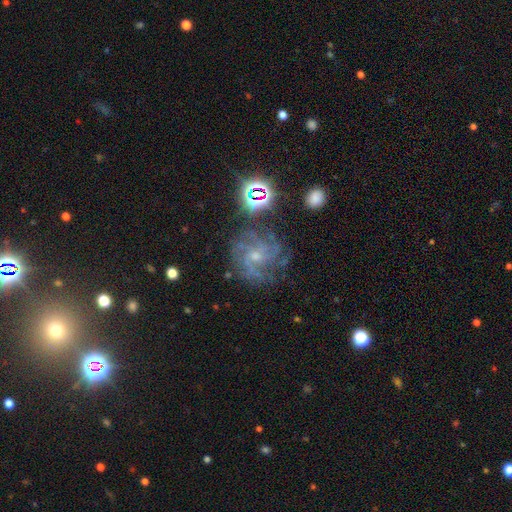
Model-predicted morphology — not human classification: smooth_or_featured: featured or disk (p=0.72) [alt: star or artifact p=0.17]
disk_edge_on: no (p=0.97) [alt: yes p=0.03]
bar: no (p=0.64) [alt: weak p=0.30]
has_spiral_arms: yes (p=0.92) [alt: no p=0.08]
spiral_winding: medium (p=0.44) [alt: tight p=0.43]
spiral_arm_count: can't tell (p=0.33) [alt: 4 p=0.22]
bulge_size: small (p=0.54) [alt: moderate p=0.34]
merging: none (p=0.67) [alt: minor disturbance p=0.17]